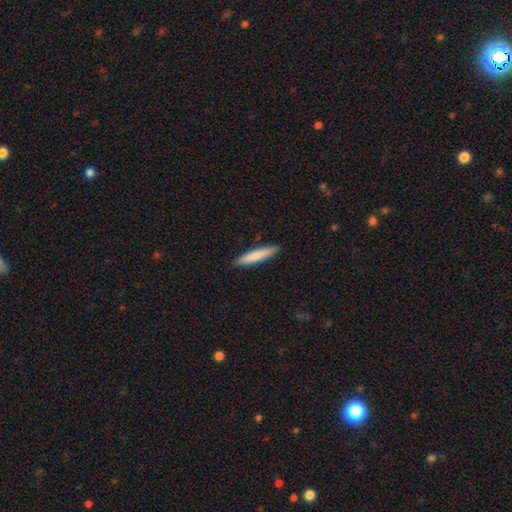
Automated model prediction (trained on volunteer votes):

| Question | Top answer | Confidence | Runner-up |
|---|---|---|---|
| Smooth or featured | smooth | 81% | featured or disk (13%) |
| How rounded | cigar-shaped | 89% | in between (9%) |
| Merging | none | 91% | minor disturbance (7%) |